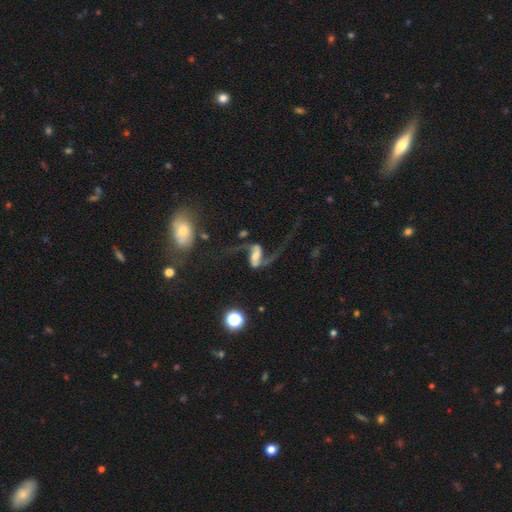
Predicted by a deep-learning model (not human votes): Smooth or featured?
  - featured or disk: 86% *
  - star or artifact: 7%
  - smooth: 7%
Edge-on disk?
  - no: 96% *
  - yes: 4%
Bar?
  - strong: 42% *
  - weak: 38%
  - no: 20%
Spiral arms?
  - yes: 96% *
  - no: 4%
Spiral winding?
  - loose: 86% *
  - medium: 11%
  - tight: 3%
Spiral arm count?
  - 2: 92% *
  - 1: 3%
  - can't tell: 1%
  - 3: 1%
  - 4: 1%
  - more than 4: 1%
Bulge size?
  - moderate: 38% *
  - small: 30%
  - large: 15%
  - none: 13%
  - dominant: 3%
Merging?
  - none: 56% *
  - major disturbance: 24%
  - minor disturbance: 13%
  - merger: 7%